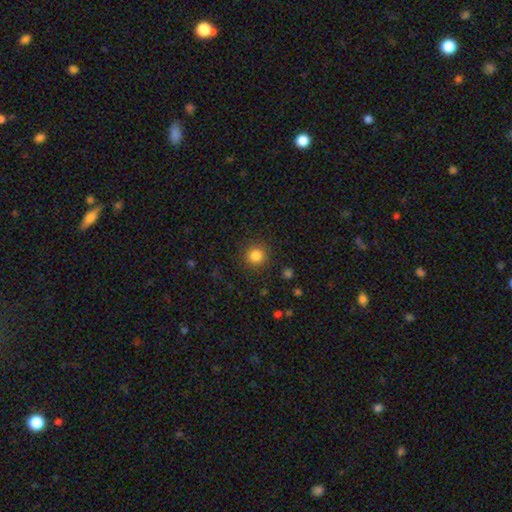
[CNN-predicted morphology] This appears to be a smooth galaxy with no disk features (84%) that is round (92%). Merging: none (89%).